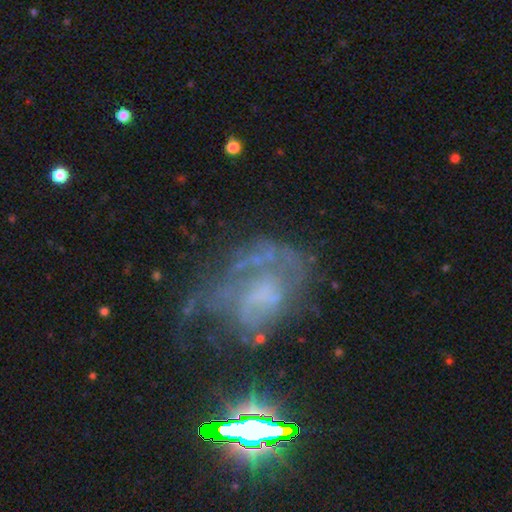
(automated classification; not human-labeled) Smooth or featured? featured or disk (72%)
Edge-on disk? no (97%)
Bar? no (66%)
Spiral arms? yes (65%)
Bulge size? none (55%)
Merging? major disturbance (45%)